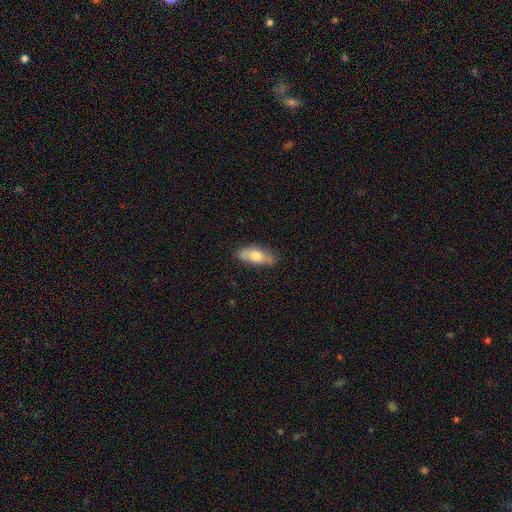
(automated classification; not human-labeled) A smooth galaxy with no disk features (69%) that is in between round and cigar-shaped (78%).

Vote fractions:
- Smooth or featured? smooth: 69% / featured or disk: 25% / star or artifact: 6%
- How rounded? in between: 78% / cigar-shaped: 19% / round: 3%
- Merging? none: 75% / minor disturbance: 19% / major disturbance: 4% / merger: 2%